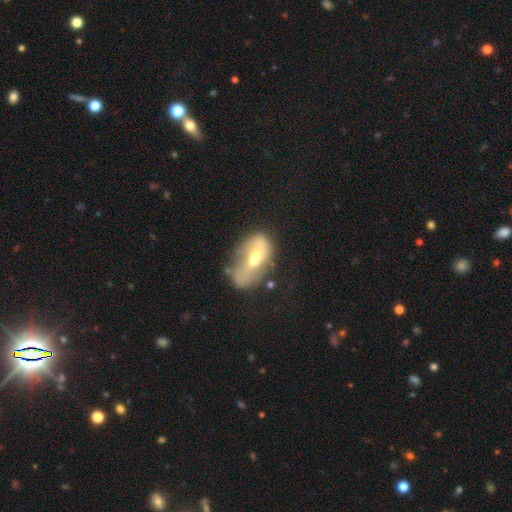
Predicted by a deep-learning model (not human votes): A smooth galaxy with no disk features (47%). Merging: merger (48%).